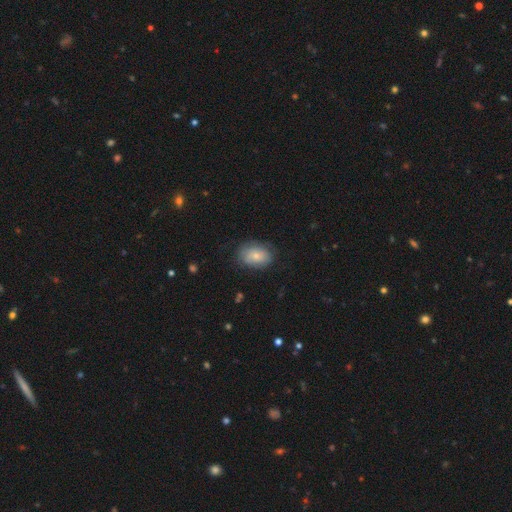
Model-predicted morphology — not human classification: Overall: smooth (72%). How rounded: in between (78%). Merging: none (71%).